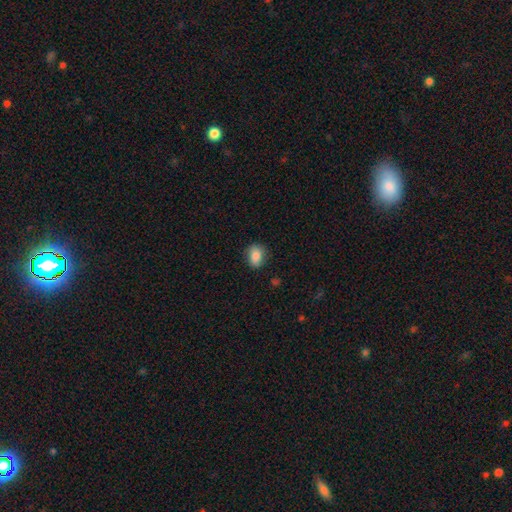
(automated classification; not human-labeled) A smooth galaxy with no disk features (85%) that is in between round and cigar-shaped (69%).

Vote fractions:
- Smooth or featured? smooth: 85% / star or artifact: 8% / featured or disk: 7%
- How rounded? in between: 69% / round: 30% / cigar-shaped: 2%
- Merging? none: 79% / minor disturbance: 17% / major disturbance: 3% / merger: 1%